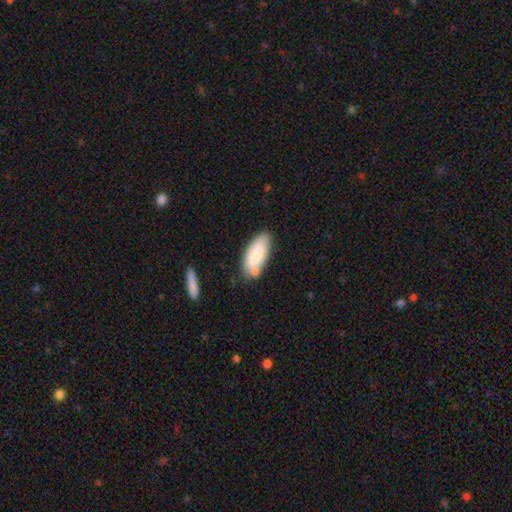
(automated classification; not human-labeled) Smooth or featured? Predicted: smooth (p=0.75). How rounded? Predicted: in between (p=0.84). Merging? Predicted: none (p=0.69).